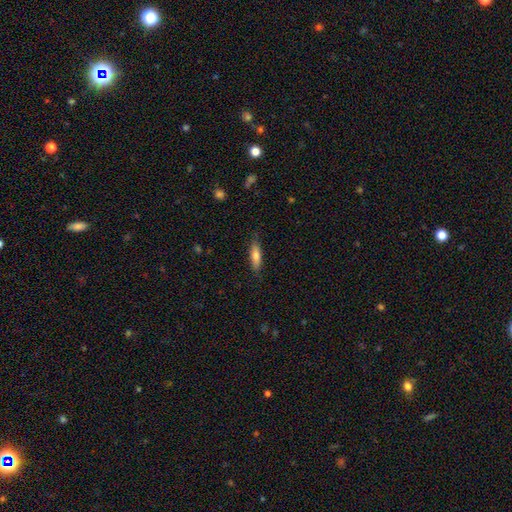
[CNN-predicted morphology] Smooth or featured: smooth — 69% (featured or disk — 24%)
How rounded: cigar-shaped — 63% (in between — 35%)
Merging: none — 84% (minor disturbance — 13%)